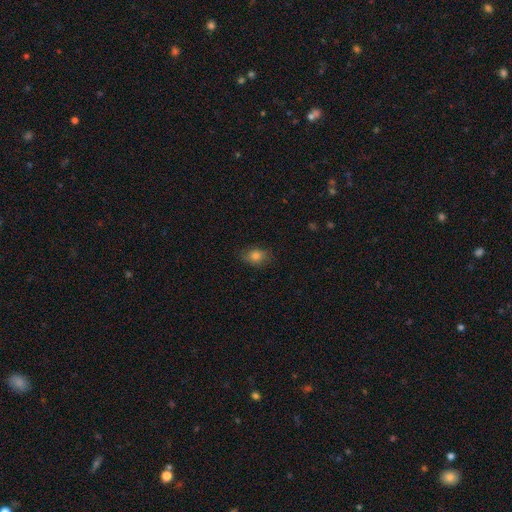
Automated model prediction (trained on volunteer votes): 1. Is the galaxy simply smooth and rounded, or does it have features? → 81% smooth, 11% star or artifact, 8% featured or disk.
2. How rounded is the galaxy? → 68% in between, 31% round, 1% cigar-shaped.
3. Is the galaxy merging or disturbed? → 78% none, 17% minor disturbance, 4% major disturbance, 1% merger.